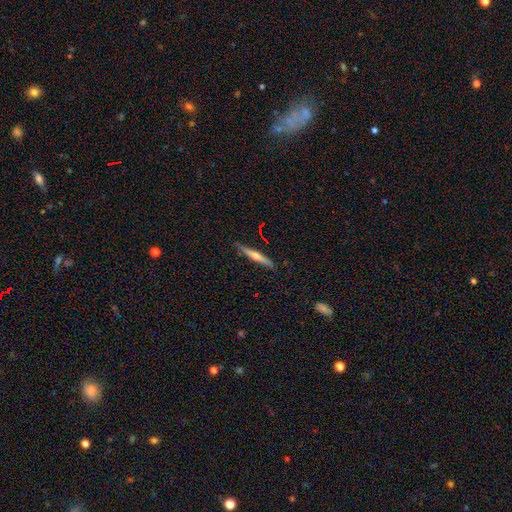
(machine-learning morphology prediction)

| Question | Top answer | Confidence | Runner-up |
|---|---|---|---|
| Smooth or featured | featured or disk | 60% | smooth (34%) |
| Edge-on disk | yes | 96% | no (4%) |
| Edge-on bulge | rounded | 79% | none (17%) |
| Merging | none | 86% | minor disturbance (11%) |